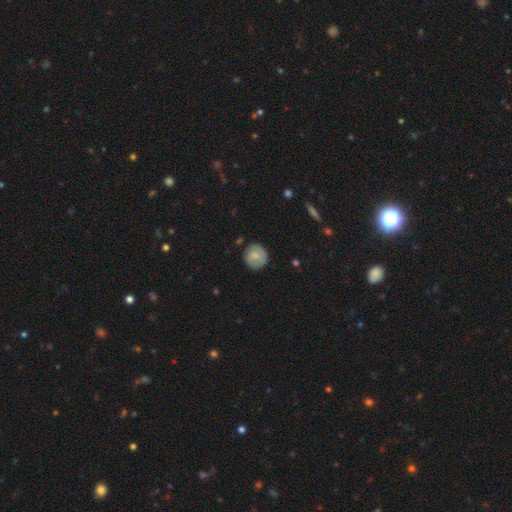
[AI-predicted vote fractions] The model was most divided on "smooth or featured": smooth: 65%, featured or disk: 28%, star or artifact: 7%. More confident: how rounded — round (91%); merging — none (81%).